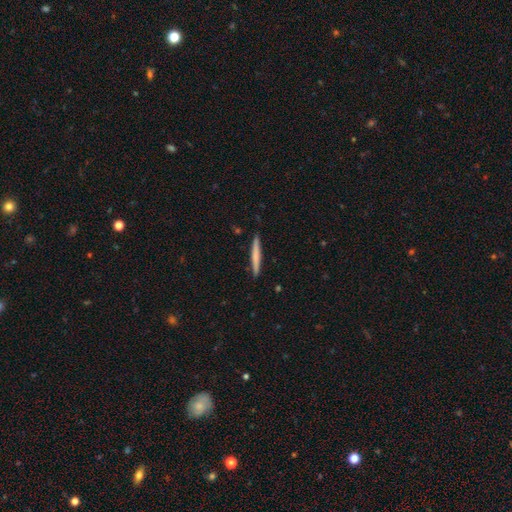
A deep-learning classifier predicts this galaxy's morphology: This appears to be a smooth galaxy with no disk features (61%) that is cigar-shaped (96%). Merging: none (91%).